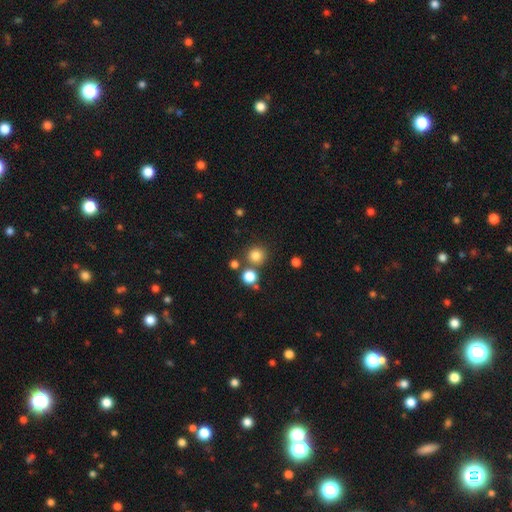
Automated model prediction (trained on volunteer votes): Q: Smooth or featured?
A: smooth (80%); runner-up: star or artifact (14%)
Q: How rounded?
A: round (92%); runner-up: in between (7%)
Q: Merging?
A: none (76%); runner-up: merger (13%)